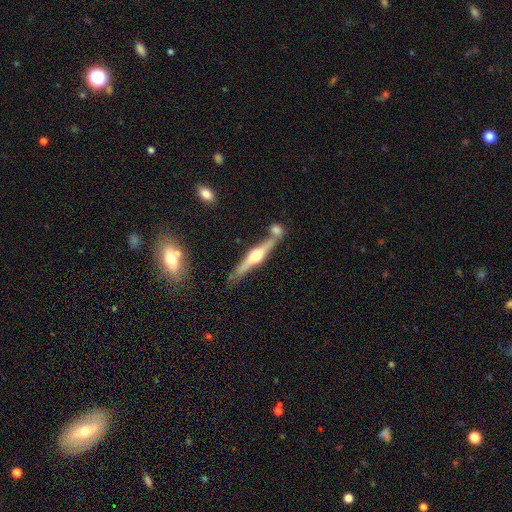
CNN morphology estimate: Overall: featured or disk (77%). Edge-on disk: yes (97%). Edge-on bulge: rounded (93%). Merging: none (67%).